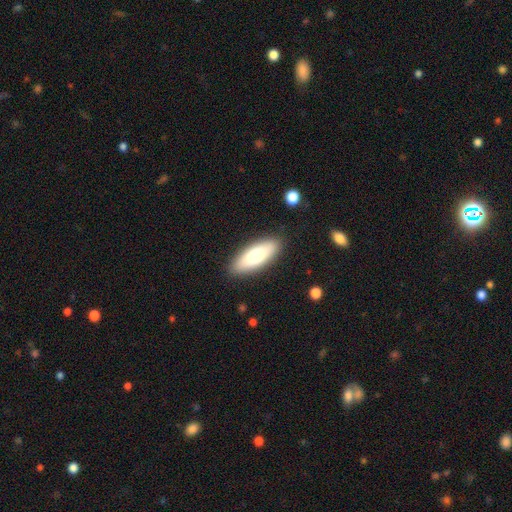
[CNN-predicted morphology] Smooth or featured? smooth (73%)
How rounded? in between (68%)
Merging? none (88%)